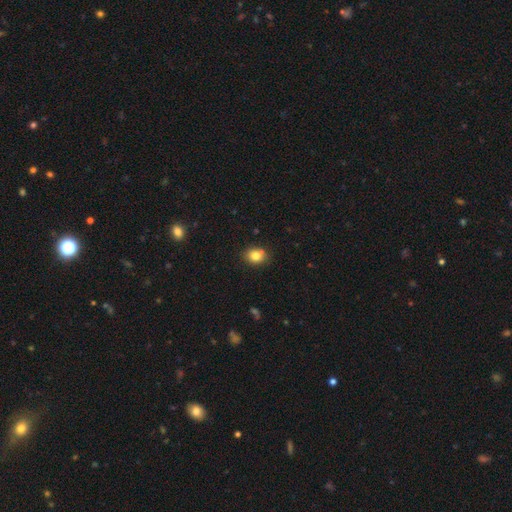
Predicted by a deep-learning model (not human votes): Smooth or featured? Predicted: smooth (p=0.81). How rounded? Predicted: round (p=0.57). Merging? Predicted: none (p=0.77).